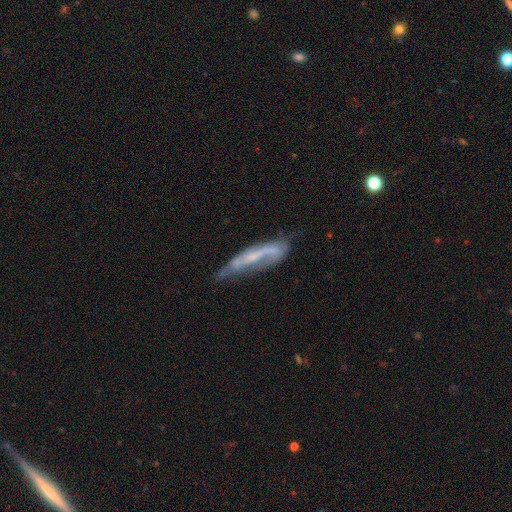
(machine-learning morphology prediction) Overall: featured or disk (63%; smooth 28%). Edge-on disk: no (64%; yes 36%). Merging: none (38%; minor disturbance 30%).